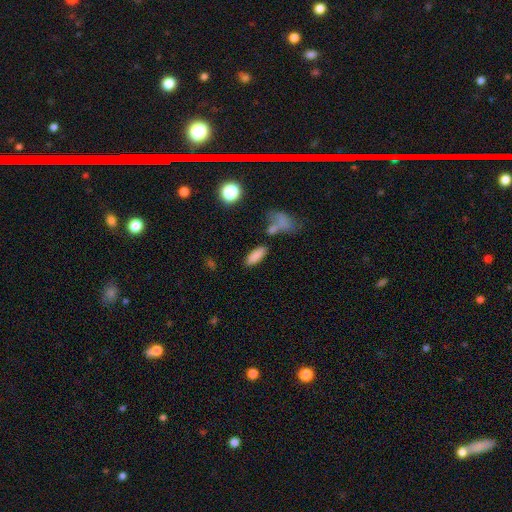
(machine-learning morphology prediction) Q: Smooth or featured?
A: smooth (84%); runner-up: star or artifact (9%)
Q: How rounded?
A: in between (70%); runner-up: cigar-shaped (28%)
Q: Merging?
A: none (75%); runner-up: minor disturbance (11%)